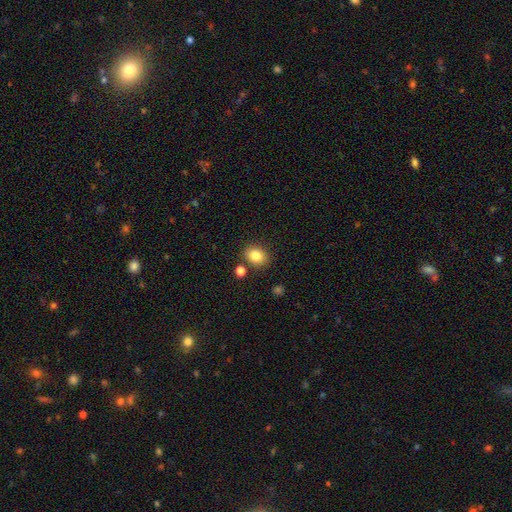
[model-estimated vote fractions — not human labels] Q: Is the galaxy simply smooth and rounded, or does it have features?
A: smooth — 83%.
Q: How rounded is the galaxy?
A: in between — 52%.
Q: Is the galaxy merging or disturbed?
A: none — 81%.